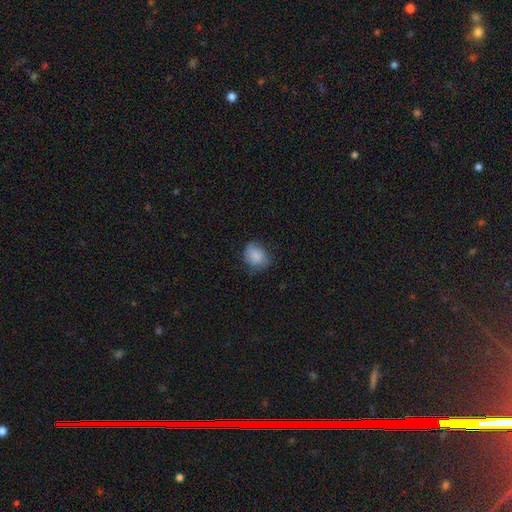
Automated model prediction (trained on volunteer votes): Smooth or featured?
  - smooth: 83% *
  - featured or disk: 10%
  - star or artifact: 7%
How rounded?
  - round: 53% *
  - in between: 46%
  - cigar-shaped: 1%
Merging?
  - none: 66% *
  - minor disturbance: 26%
  - major disturbance: 7%
  - merger: 1%